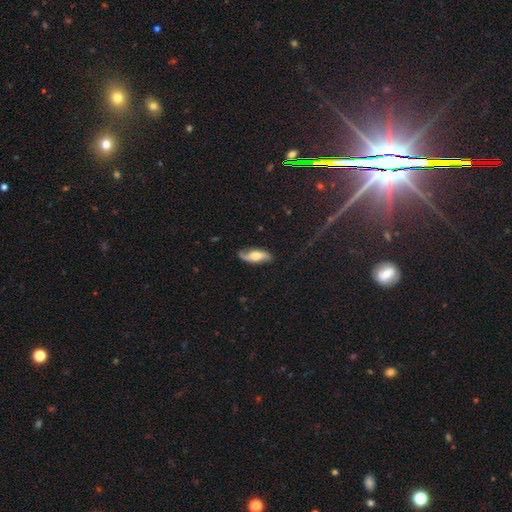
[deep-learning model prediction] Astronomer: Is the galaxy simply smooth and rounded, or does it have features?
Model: featured or disk — 62%.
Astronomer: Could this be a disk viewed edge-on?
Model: no — 79%.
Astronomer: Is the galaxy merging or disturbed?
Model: none — 75%.